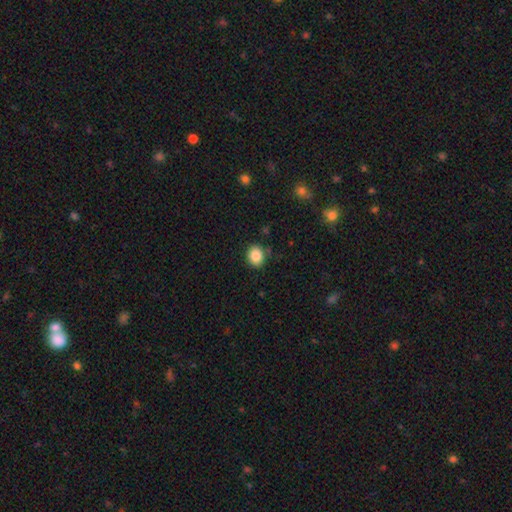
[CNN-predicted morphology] Smooth or featured? Predicted: smooth (p=0.86). How rounded? Predicted: round (p=0.64). Merging? Predicted: none (p=0.86).